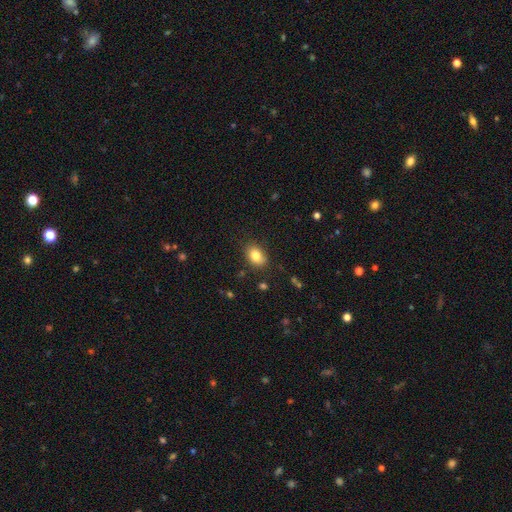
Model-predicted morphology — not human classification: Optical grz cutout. It shows a smooth galaxy with no disk features (83%) that is in between round and cigar-shaped (75%). Merging: none (83%).